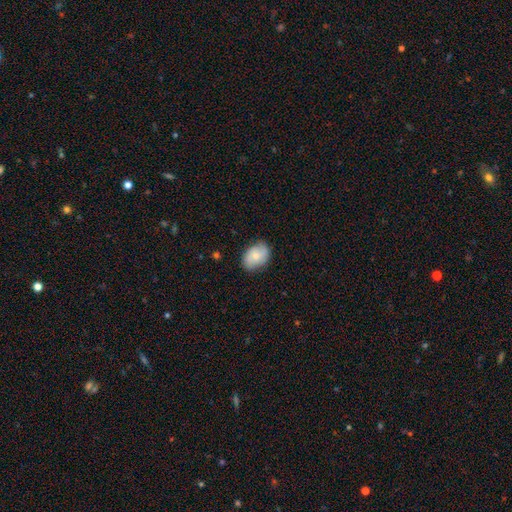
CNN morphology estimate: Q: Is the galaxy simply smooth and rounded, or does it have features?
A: smooth — 66%.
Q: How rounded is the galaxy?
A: in between — 77%.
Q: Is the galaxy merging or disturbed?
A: none — 79%.